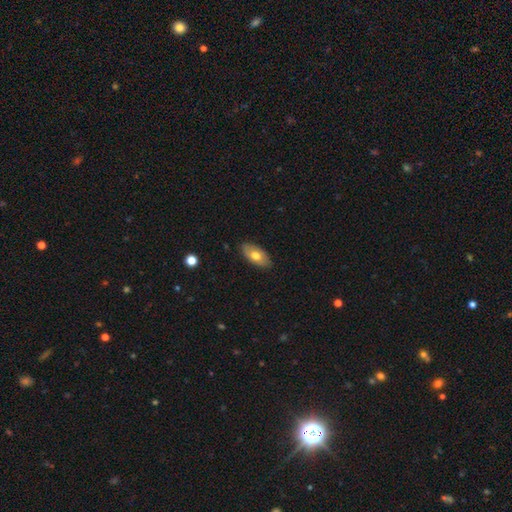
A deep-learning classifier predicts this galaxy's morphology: smooth 66%, featured or disk 28%, star or artifact 6%. Down the decision tree: how rounded — in between (92%); merging — none (85%).